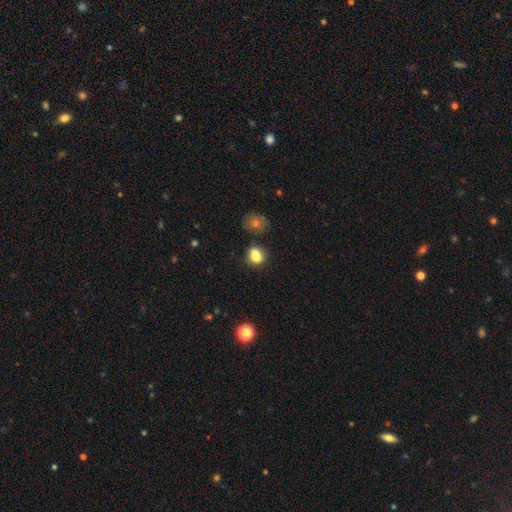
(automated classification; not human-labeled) A smooth galaxy with no disk features (78%) that is round (52%). Merging: none (50%).